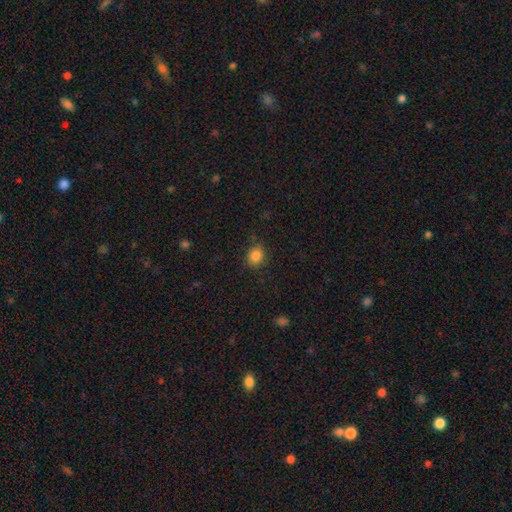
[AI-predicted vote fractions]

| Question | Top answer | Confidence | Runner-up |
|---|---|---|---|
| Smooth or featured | smooth | 85% | star or artifact (11%) |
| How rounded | round | 60% | in between (39%) |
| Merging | none | 84% | minor disturbance (12%) |